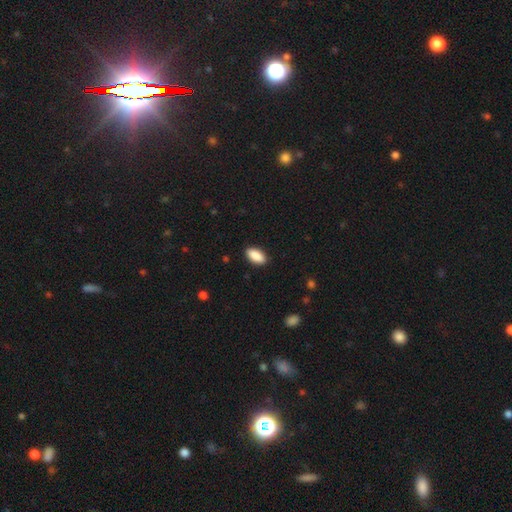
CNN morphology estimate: Smooth or featured: smooth — 89% (star or artifact — 7%)
How rounded: in between — 92% (cigar-shaped — 6%)
Merging: none — 89% (minor disturbance — 8%)